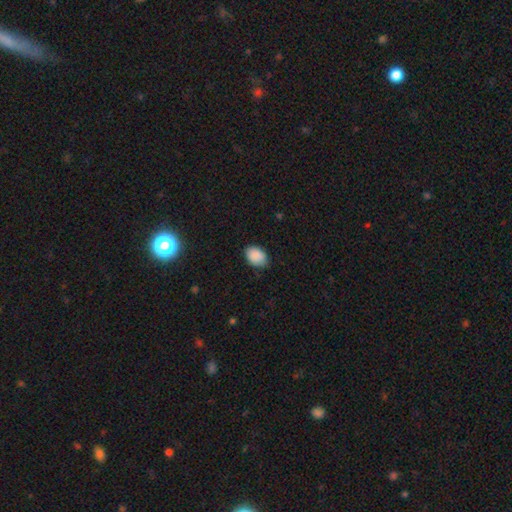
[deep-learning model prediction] Overall: smooth (89%). How rounded: in between (78%). Merging: none (79%).